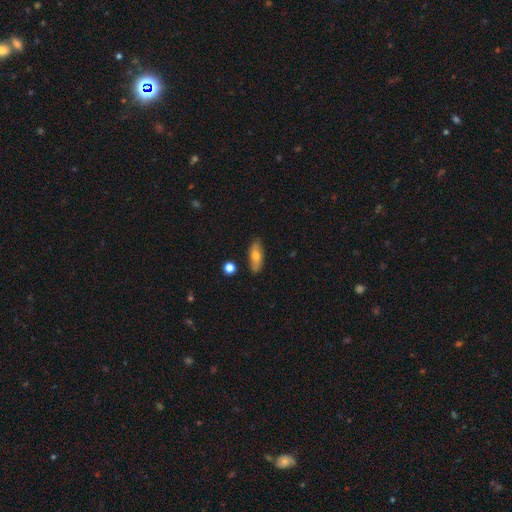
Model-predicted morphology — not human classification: type=smooth (64%); roundness=in between (68%); merging=none (84%).